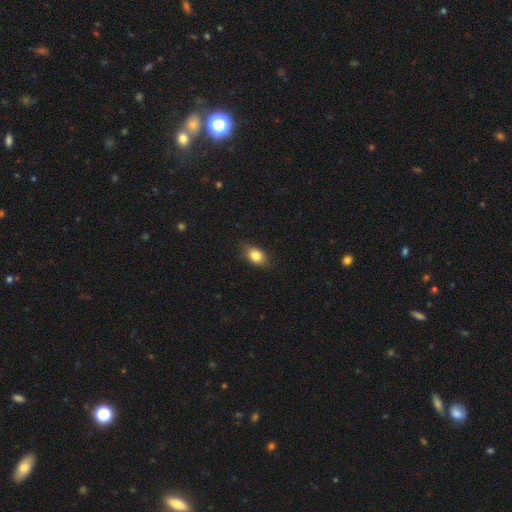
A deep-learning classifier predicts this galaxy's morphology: This is clearly a smooth galaxy (82%). How rounded: likely in between (79%). Merging: clearly none (81%).